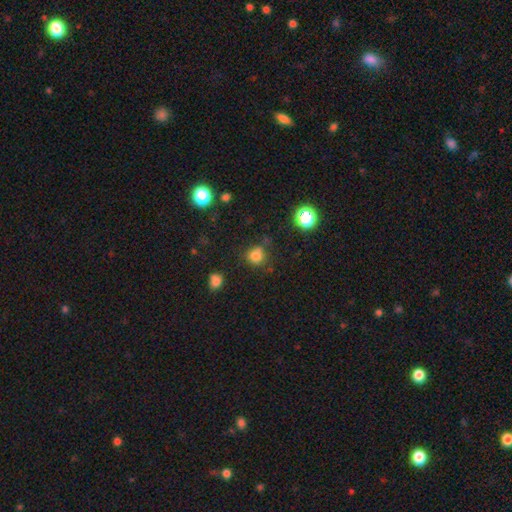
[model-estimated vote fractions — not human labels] A smooth galaxy with no disk features (78%) that is round (87%).

Vote fractions:
- Smooth or featured? smooth: 78% / star or artifact: 16% / featured or disk: 6%
- How rounded? round: 87% / in between: 12% / cigar-shaped: 1%
- Merging? none: 72% / minor disturbance: 16% / merger: 8% / major disturbance: 5%